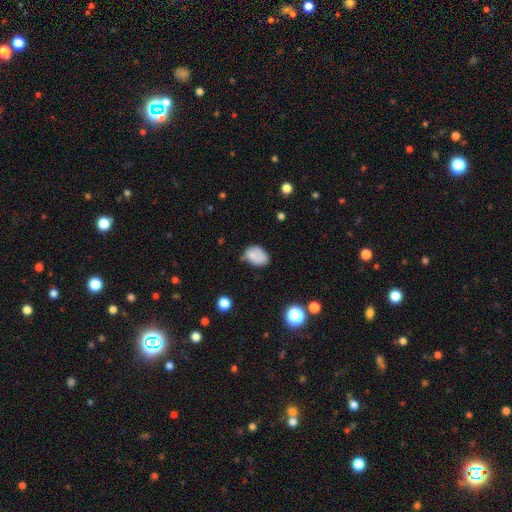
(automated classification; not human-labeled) This is likely a smooth galaxy (75%). How rounded: likely in between (79%). Merging: possibly none (54%).